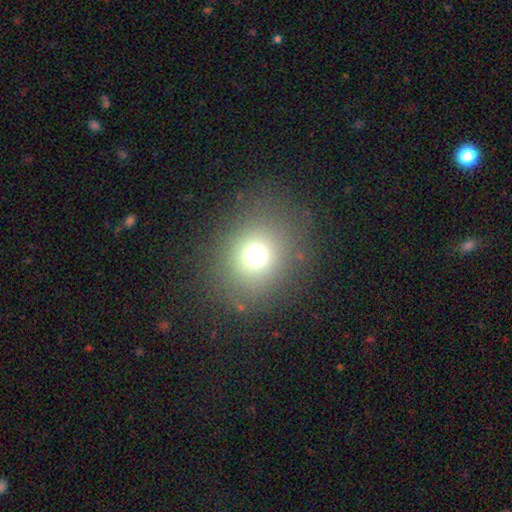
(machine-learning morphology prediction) Overall: smooth (69%). How rounded: round (80%). Merging: none (83%).